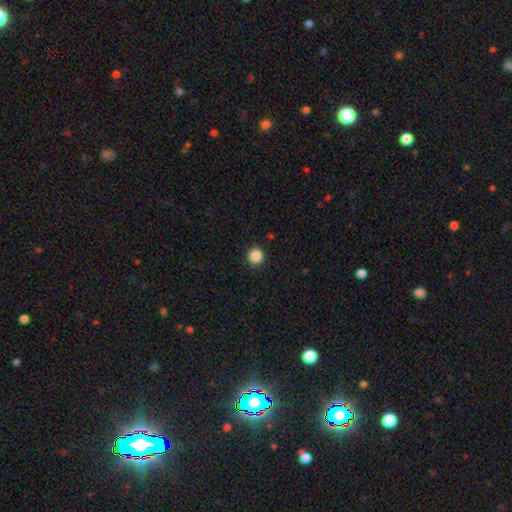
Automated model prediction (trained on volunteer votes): Q: Smooth or featured?
A: smooth (87%); runner-up: star or artifact (10%)
Q: How rounded?
A: round (91%); runner-up: in between (8%)
Q: Merging?
A: none (92%); runner-up: minor disturbance (5%)